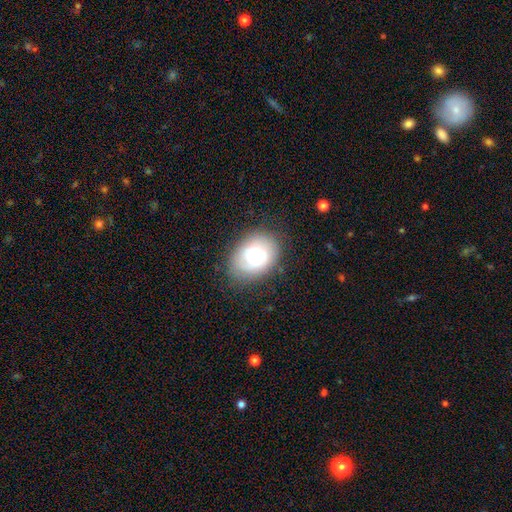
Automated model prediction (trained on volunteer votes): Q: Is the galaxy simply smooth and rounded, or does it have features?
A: smooth — 70%.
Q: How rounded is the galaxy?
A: in between — 65%.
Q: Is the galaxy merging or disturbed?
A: none — 76%.